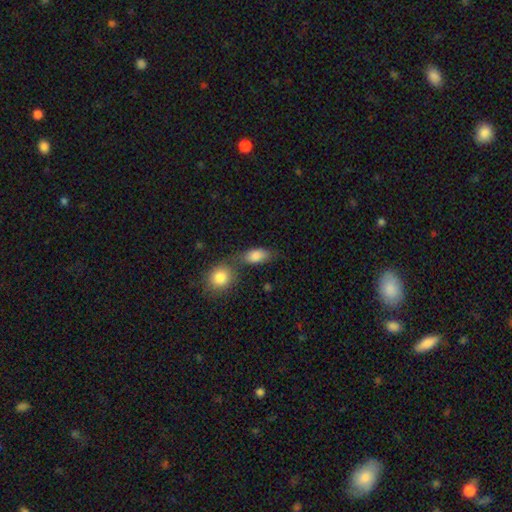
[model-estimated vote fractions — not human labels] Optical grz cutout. It shows a smooth galaxy with no disk features (85%) that is in between round and cigar-shaped (83%). Merging: none (48%).